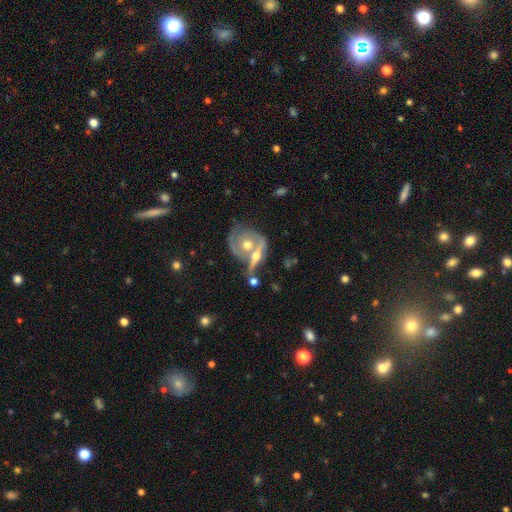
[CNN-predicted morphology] A featured or disk galaxy (73%). Merging: merger (47%).